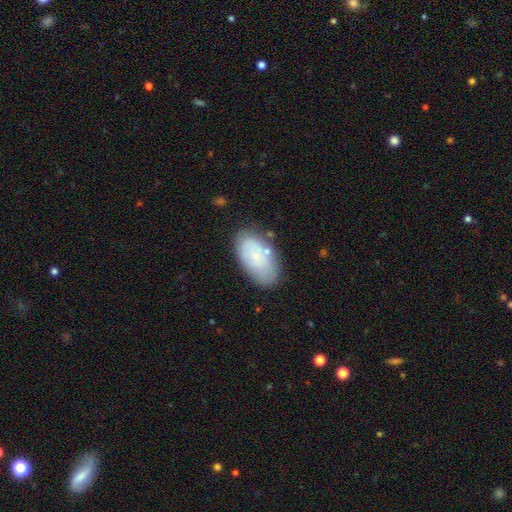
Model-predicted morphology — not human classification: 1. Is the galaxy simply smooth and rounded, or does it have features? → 62% smooth, 30% featured or disk, 8% star or artifact.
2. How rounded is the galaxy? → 94% in between, 4% round, 2% cigar-shaped.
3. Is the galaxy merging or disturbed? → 71% none, 18% minor disturbance, 5% merger, 5% major disturbance.